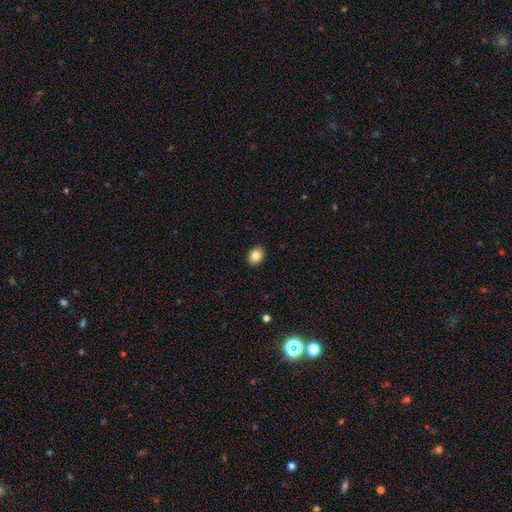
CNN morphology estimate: Smooth or featured: smooth — 84% (star or artifact — 9%)
How rounded: in between — 63% (round — 36%)
Merging: none — 91% (minor disturbance — 7%)